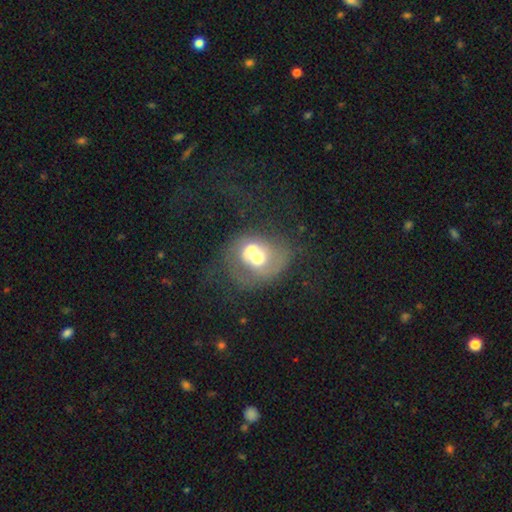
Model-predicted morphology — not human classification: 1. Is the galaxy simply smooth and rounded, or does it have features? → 54% featured or disk, 36% smooth, 10% star or artifact.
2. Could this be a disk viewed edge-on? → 97% no, 3% yes.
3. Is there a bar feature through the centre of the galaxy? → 82% no, 14% weak, 4% strong.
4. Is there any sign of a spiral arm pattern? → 60% no, 40% yes.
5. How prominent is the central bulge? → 63% moderate, 18% large, 14% small, 3% dominant, 3% none.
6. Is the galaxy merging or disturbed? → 43% merger, 24% major disturbance, 20% none, 13% minor disturbance.